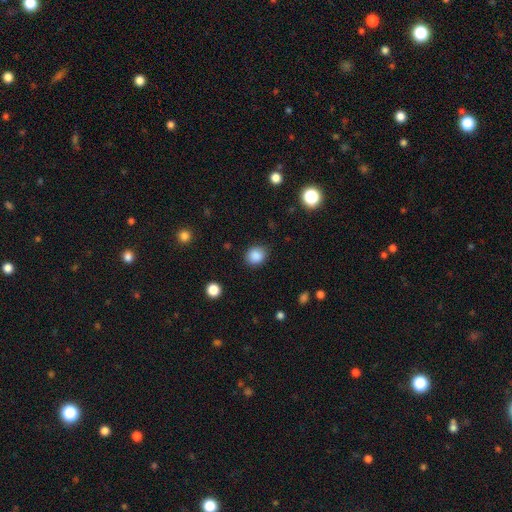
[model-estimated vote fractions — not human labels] This appears to be a smooth galaxy with no disk features (87%) that is round (73%). Merging: none (86%).